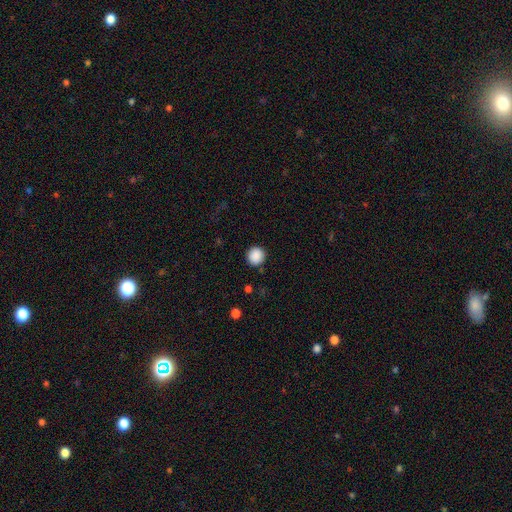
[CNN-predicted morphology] smooth 89%, star or artifact 9%, featured or disk 3%. Down the decision tree: how rounded — round (92%); merging — none (90%).